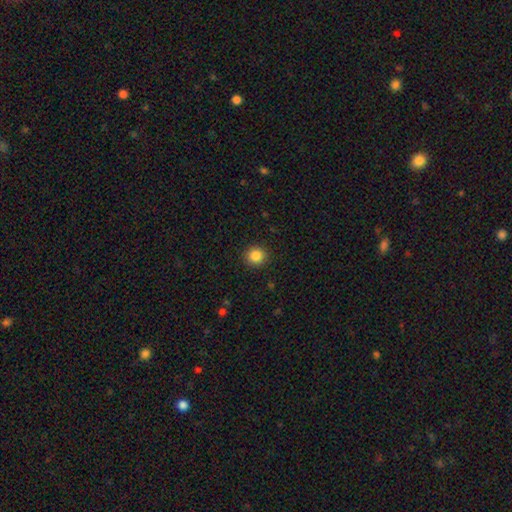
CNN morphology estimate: Smooth or featured: smooth — 85% (star or artifact — 10%)
How rounded: round — 92% (in between — 7%)
Merging: none — 92% (minor disturbance — 6%)